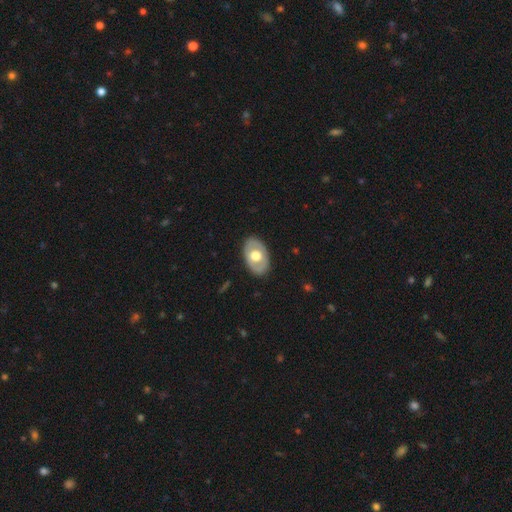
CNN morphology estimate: type=smooth (50%); merging=none (84%).